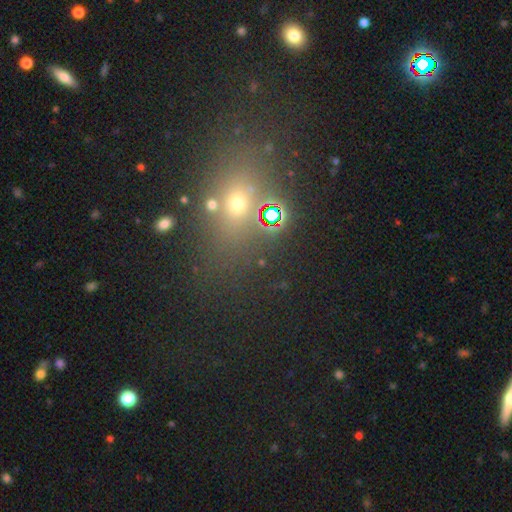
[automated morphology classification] smooth-or-featured: smooth: 45% | star or artifact: 39% | featured or disk: 15%
  merging: none: 73% | minor disturbance: 11% | merger: 10% | major disturbance: 6%